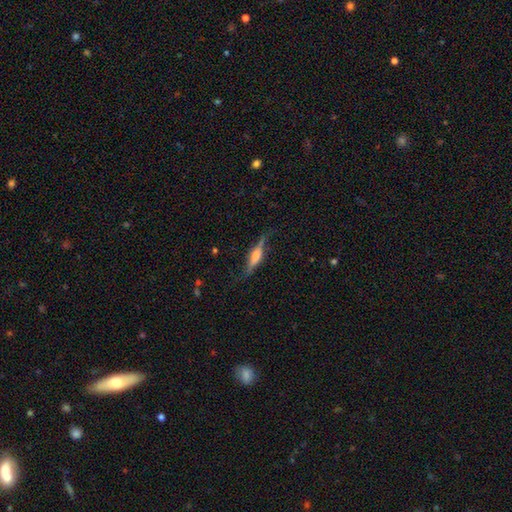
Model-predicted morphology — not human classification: smooth-or-featured: featured or disk: 65% | smooth: 28% | star or artifact: 7%
  disk-edge-on: yes: 87% | no: 13%
    edge-on-bulge: rounded: 60% | boxy: 32% | none: 7%
  merging: none: 67% | minor disturbance: 21% | major disturbance: 10% | merger: 2%